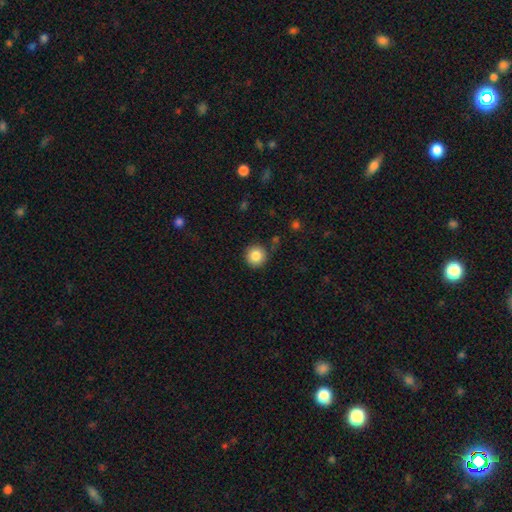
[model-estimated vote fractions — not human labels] Morphology: type=smooth (85%); roundness=round (94%); merging=none (89%).